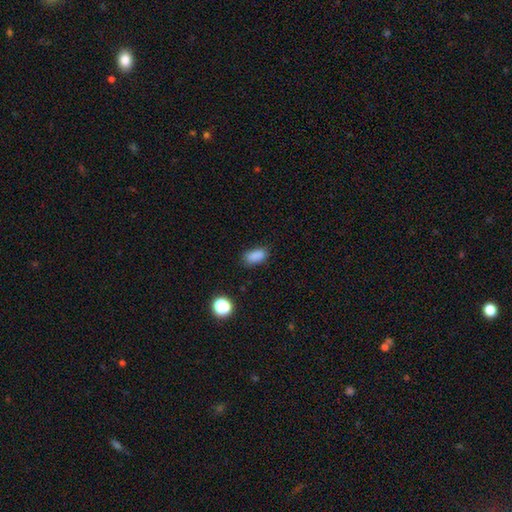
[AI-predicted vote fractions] A smooth galaxy with no disk features (85%) that is in between round and cigar-shaped (88%).

Vote fractions:
- Smooth or featured? smooth: 85% / star or artifact: 11% / featured or disk: 4%
- How rounded? in between: 88% / round: 7% / cigar-shaped: 5%
- Merging? none: 79% / minor disturbance: 15% / major disturbance: 4% / merger: 2%